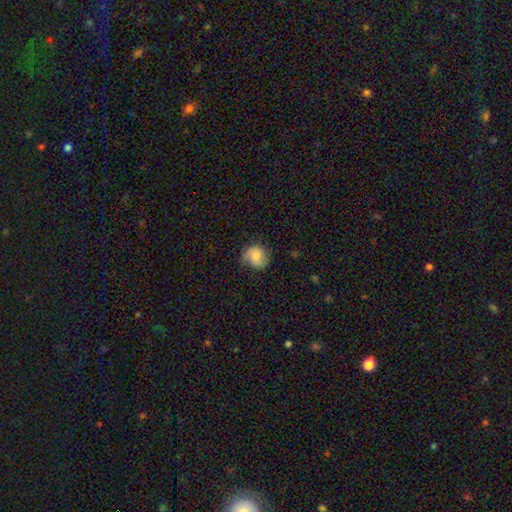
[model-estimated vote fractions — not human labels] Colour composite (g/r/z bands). It shows a smooth galaxy with no disk features (71%) that is round (77%). Merging: none (64%).